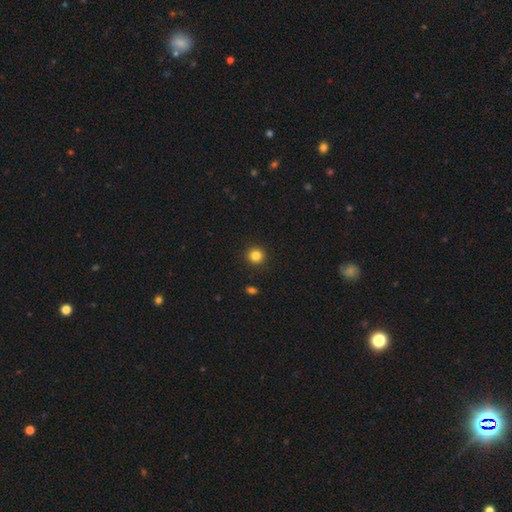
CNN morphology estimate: A smooth galaxy with no disk features (84%) that is round (94%). Merging: none (93%).